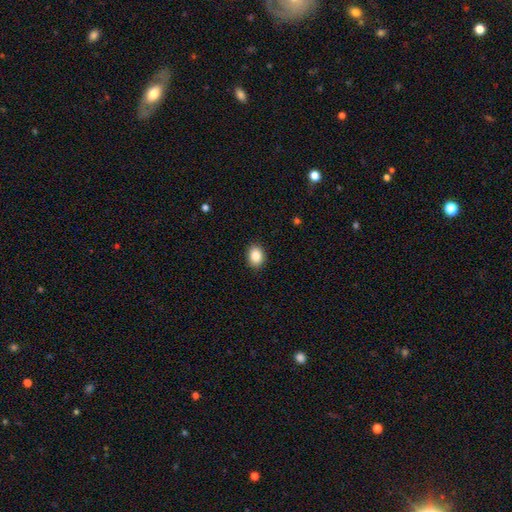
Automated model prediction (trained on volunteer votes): Smooth or featured? smooth (87%)
How rounded? in between (59%)
Merging? none (90%)